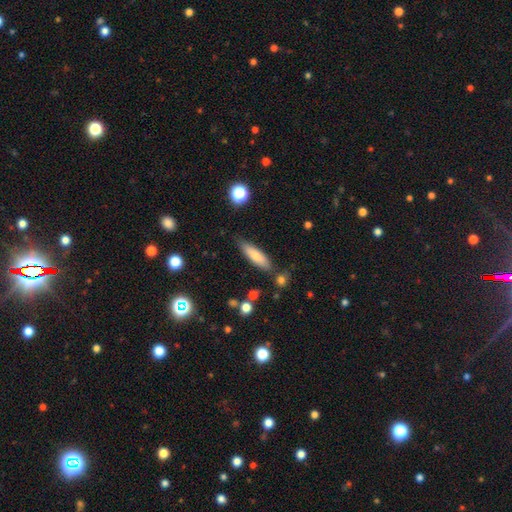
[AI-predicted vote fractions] Morphology: type=smooth (74%); roundness=cigar-shaped (61%); merging=none (76%).